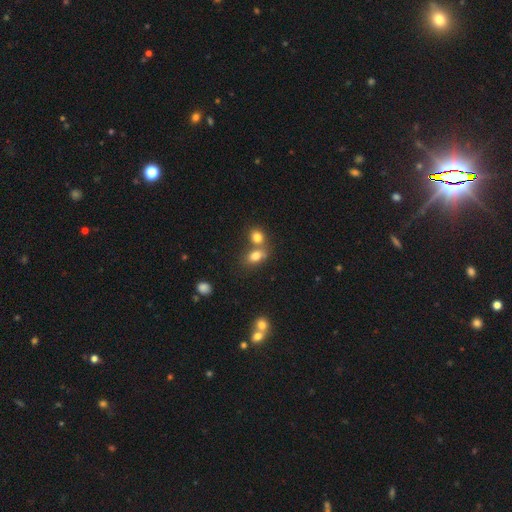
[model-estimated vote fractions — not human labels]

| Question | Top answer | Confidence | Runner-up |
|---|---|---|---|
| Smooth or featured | smooth | 79% | star or artifact (11%) |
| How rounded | in between | 72% | round (26%) |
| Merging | merger | 46% | none (41%) |